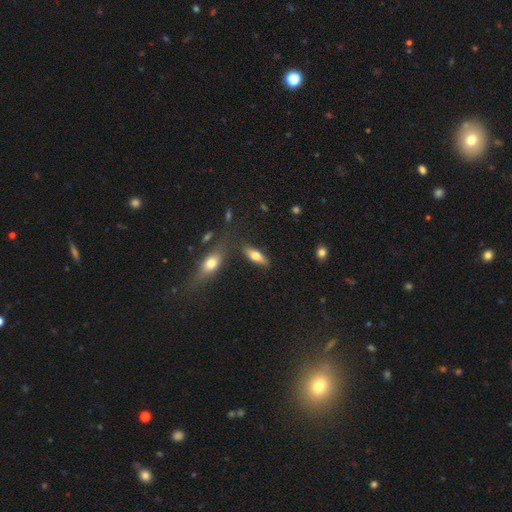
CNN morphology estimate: type=smooth (62%); roundness=in between (60%); merging=none (78%).